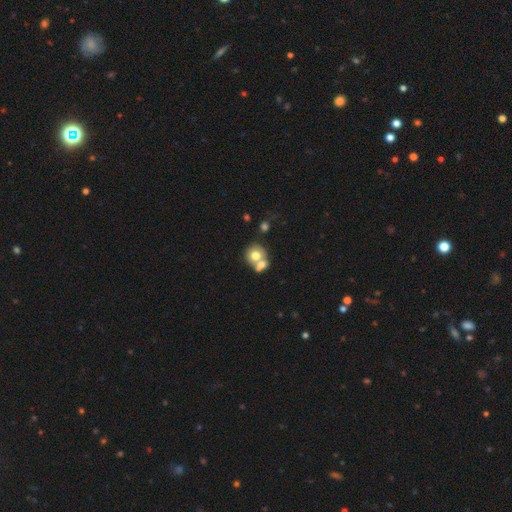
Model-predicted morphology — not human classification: type=smooth (67%); roundness=round (75%); merging=merger (59%).